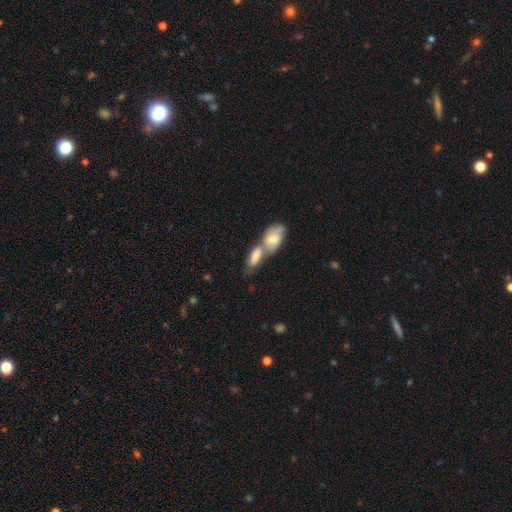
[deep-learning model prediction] smooth 71%, featured or disk 23%, star or artifact 6%. Down the decision tree: how rounded — in between (84%); merging — merger (69%).